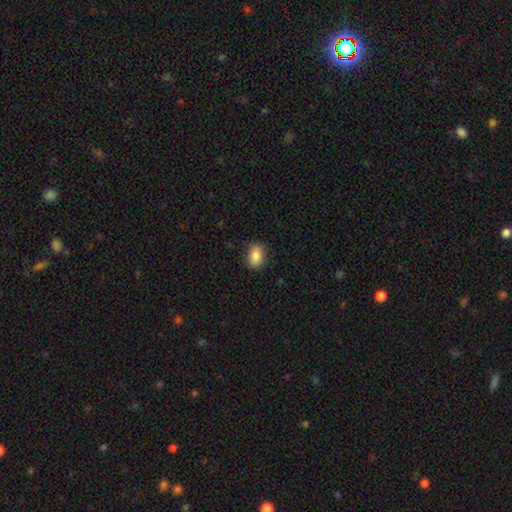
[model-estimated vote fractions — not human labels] Smooth or featured? Predicted: smooth (p=0.87). How rounded? Predicted: in between (p=0.76). Merging? Predicted: none (p=0.84).